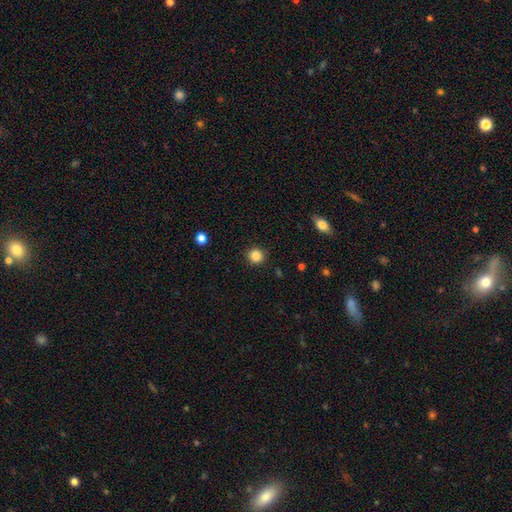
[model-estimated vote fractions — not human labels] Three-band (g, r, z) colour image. It shows a smooth galaxy with no disk features (85%) that is round (93%). Merging: none (91%).